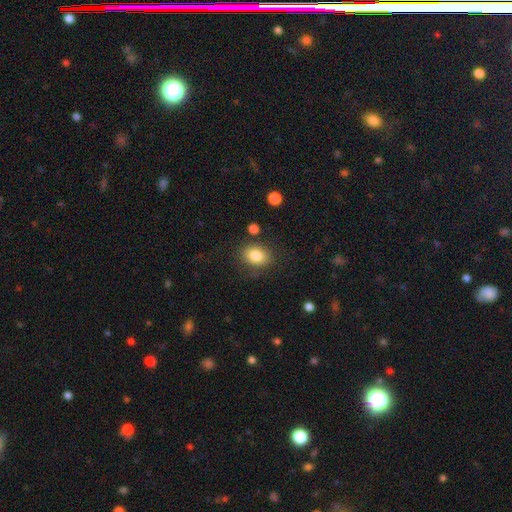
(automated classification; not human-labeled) This appears to be a smooth galaxy with no disk features (85%) that is in between round and cigar-shaped (66%). Merging: none (80%).